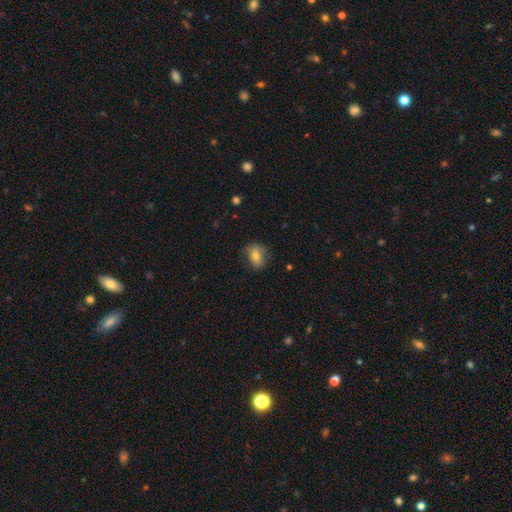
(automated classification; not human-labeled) Smooth or featured: smooth — 68% (featured or disk — 22%)
How rounded: in between — 60% (round — 38%)
Merging: none — 72% (minor disturbance — 21%)